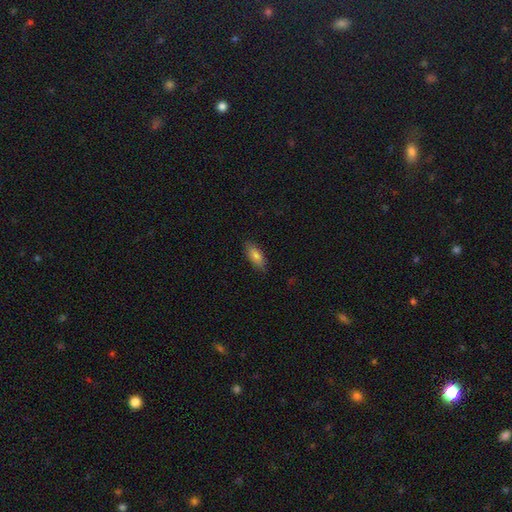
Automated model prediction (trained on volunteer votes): Smooth or featured: smooth — 80% (featured or disk — 13%)
How rounded: in between — 78% (cigar-shaped — 19%)
Merging: none — 84% (minor disturbance — 13%)